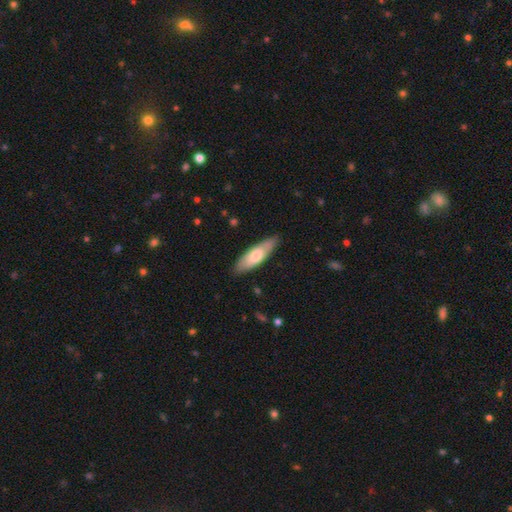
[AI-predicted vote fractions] The model was most divided on "how rounded": in between: 50%, cigar-shaped: 49%, round: 2%. More confident: merging — none (84%); smooth or featured — smooth (68%).